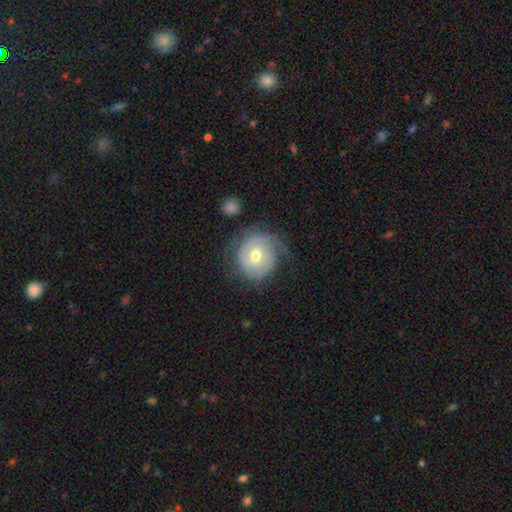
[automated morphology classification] The model was most divided on "spiral arm count": 2: 38%, can't tell: 31%, 3: 13%, 1: 11%, 4: 3%, more than 4: 3%. More confident: edge-on disk — no (97%); spiral arms — yes (86%); bulge size — moderate (74%); smooth or featured — featured or disk (66%); merging — none (64%); spiral winding — tight (61%); bar — no (59%).